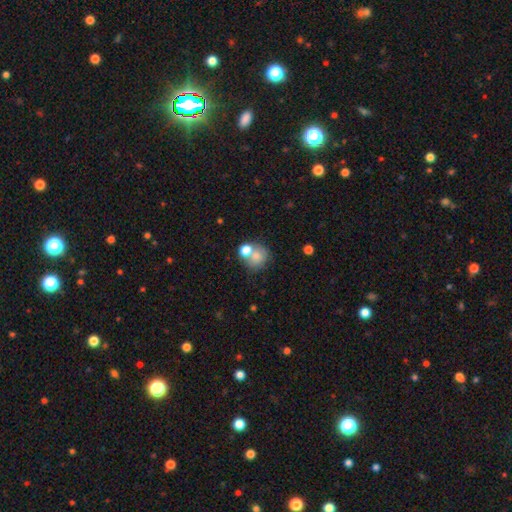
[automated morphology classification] A smooth galaxy with no disk features (74%) that is round (80%). Merging: none (44%).